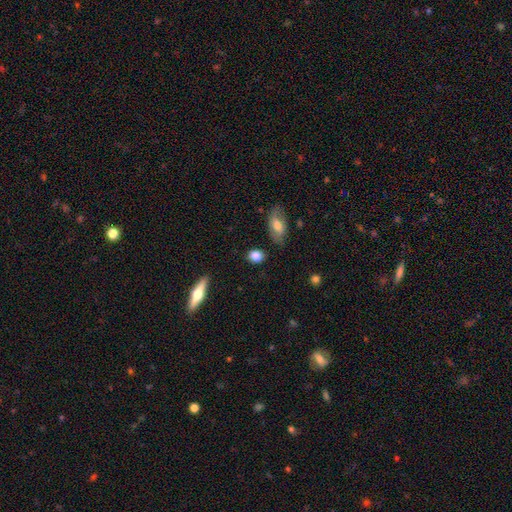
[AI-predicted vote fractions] Smooth or featured? smooth (84%)
How rounded? in between (51%)
Merging? none (80%)